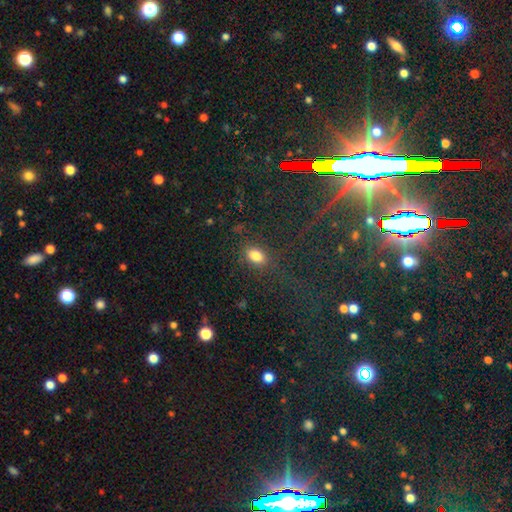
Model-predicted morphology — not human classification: Smooth or featured? smooth (78%)
How rounded? in between (81%)
Merging? none (82%)